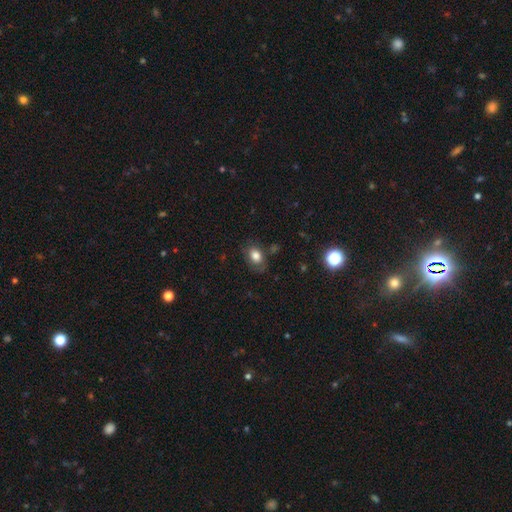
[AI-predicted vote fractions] Smooth or featured? Predicted: smooth (p=0.80). How rounded? Predicted: in between (p=0.74). Merging? Predicted: none (p=0.69).